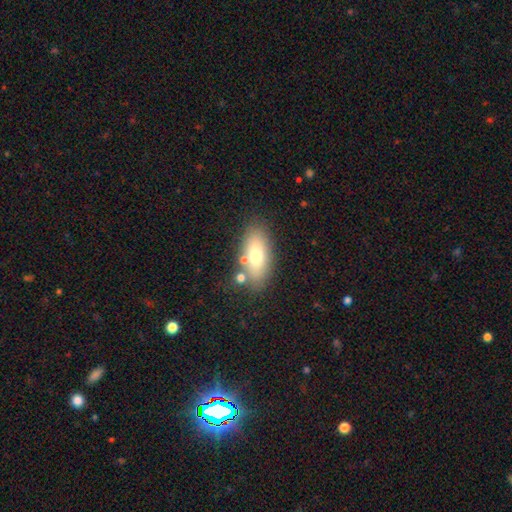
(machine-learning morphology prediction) Q: Smooth or featured?
A: smooth (69%); runner-up: featured or disk (23%)
Q: How rounded?
A: in between (83%); runner-up: cigar-shaped (12%)
Q: Merging?
A: none (73%); runner-up: minor disturbance (13%)